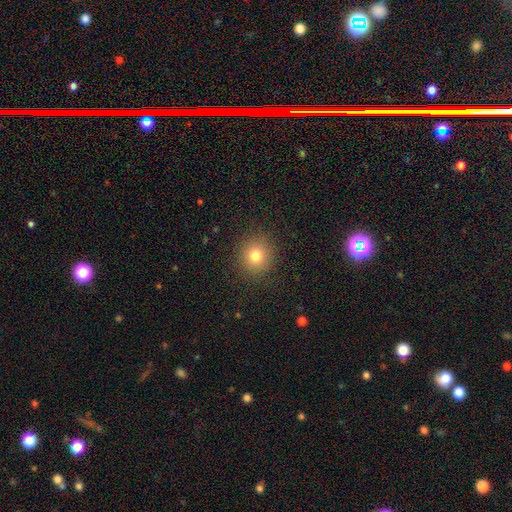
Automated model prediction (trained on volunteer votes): The model was most divided on "smooth or featured": smooth: 78%, star or artifact: 14%, featured or disk: 9%. More confident: how rounded — round (91%); merging — none (89%).